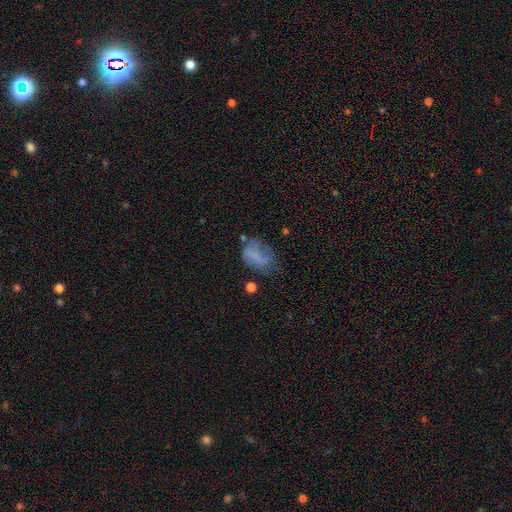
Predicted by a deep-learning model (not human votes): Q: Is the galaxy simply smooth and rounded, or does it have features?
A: smooth — 55%.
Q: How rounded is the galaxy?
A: in between — 78%.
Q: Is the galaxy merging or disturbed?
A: none — 34%.